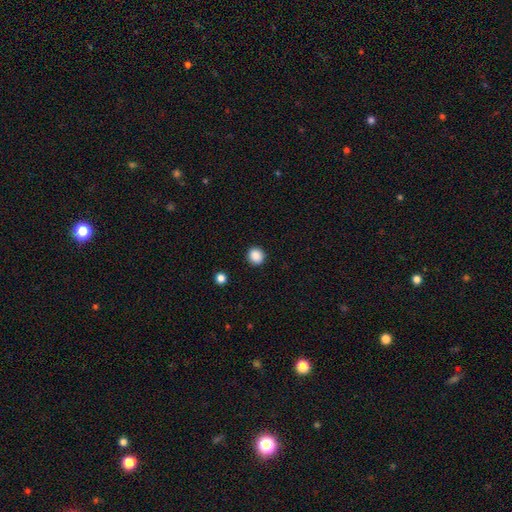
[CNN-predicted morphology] The model was most divided on "how rounded": round: 88%, in between: 11%, cigar-shaped: 1%. More confident: merging — none (92%); smooth or featured — smooth (88%).